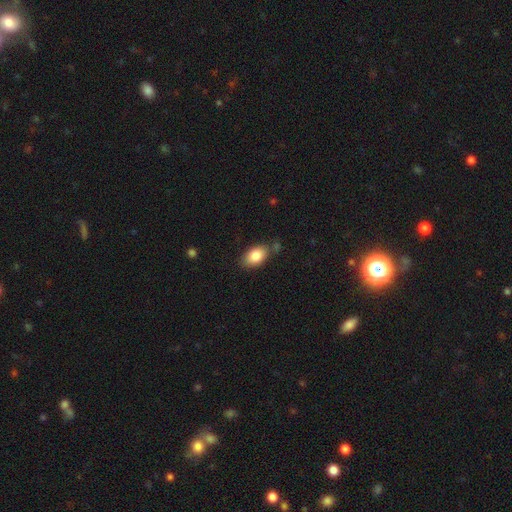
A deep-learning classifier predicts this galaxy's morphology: This appears to be a smooth galaxy with no disk features (85%) that is in between round and cigar-shaped (89%). Merging: none (74%).